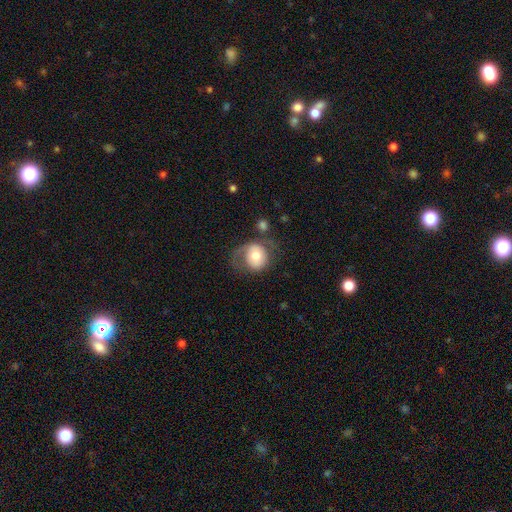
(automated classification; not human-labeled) A smooth galaxy with no disk features (57%) that is round (73%). Merging: none (40%).